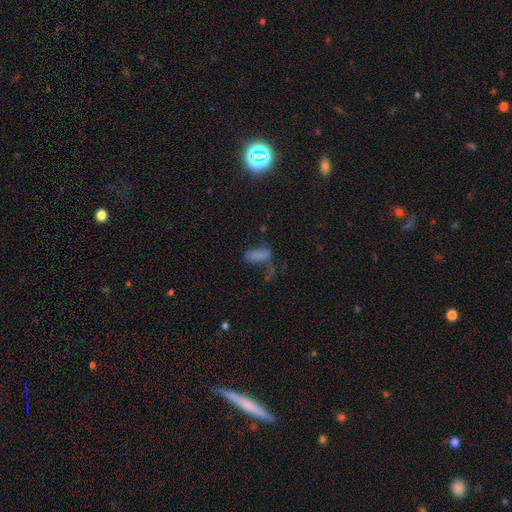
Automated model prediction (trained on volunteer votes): A smooth galaxy with no disk features (53%) that is in between round and cigar-shaped (72%).

Vote fractions:
- Smooth or featured? smooth: 53% / star or artifact: 29% / featured or disk: 18%
- How rounded? in between: 72% / cigar-shaped: 22% / round: 7%
- Merging? none: 38% / major disturbance: 32% / minor disturbance: 22% / merger: 8%